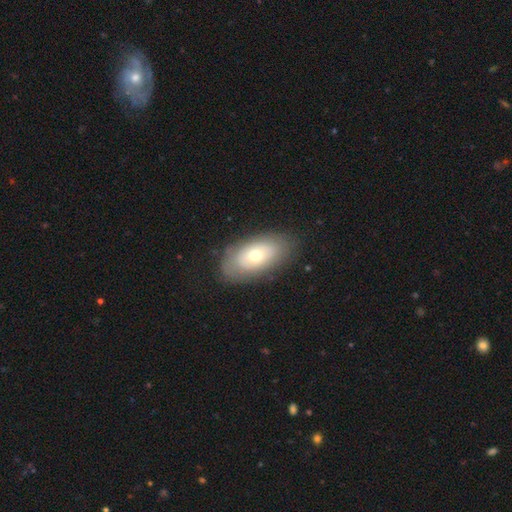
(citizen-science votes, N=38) A smooth galaxy with no disk features (58%) that is in between round and cigar-shaped (86%).

Vote fractions:
- Smooth or featured? smooth: 58% / featured or disk: 39% / star or artifact: 3%
- How rounded? in between: 86% / round: 14% / cigar-shaped: 0%
- Merging? none: 76% / minor disturbance: 19% / merger: 5% / major disturbance: 0%